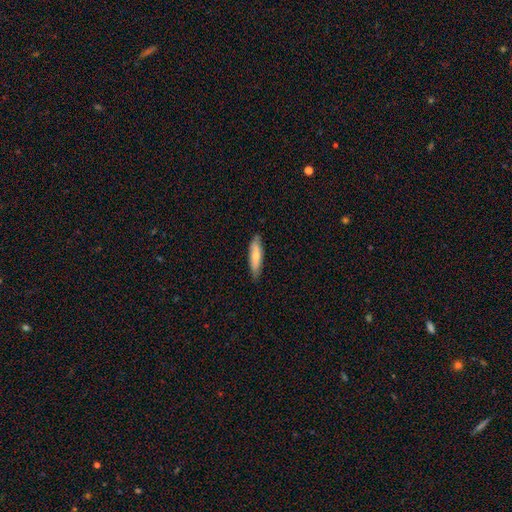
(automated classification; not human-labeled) This appears to be a smooth galaxy with no disk features (70%) that is cigar-shaped (65%). Merging: none (80%).